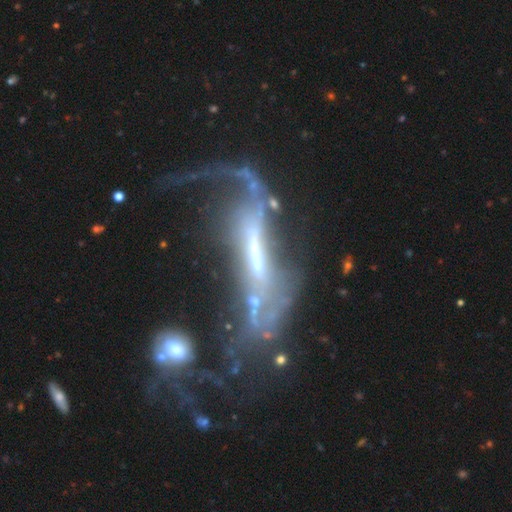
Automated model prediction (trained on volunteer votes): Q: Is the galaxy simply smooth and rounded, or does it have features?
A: featured or disk — 74%.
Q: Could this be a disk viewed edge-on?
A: no — 75%.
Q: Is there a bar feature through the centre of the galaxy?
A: strong — 48%.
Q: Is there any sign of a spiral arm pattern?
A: yes — 58%.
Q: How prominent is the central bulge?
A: moderate — 33%.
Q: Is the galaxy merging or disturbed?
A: major disturbance — 43%.